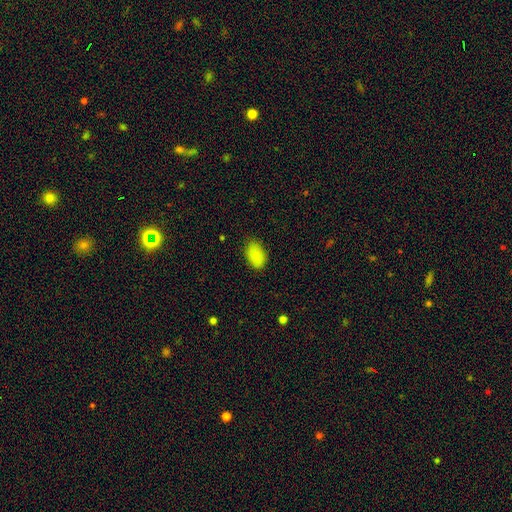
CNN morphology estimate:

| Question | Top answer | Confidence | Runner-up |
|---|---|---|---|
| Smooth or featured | smooth | 88% | star or artifact (7%) |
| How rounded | in between | 90% | round (8%) |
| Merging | none | 81% | minor disturbance (14%) |